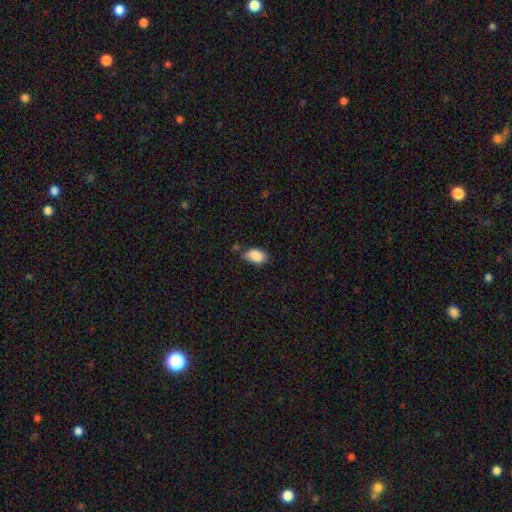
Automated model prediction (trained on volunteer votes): The model was most divided on "merging": none: 61%, minor disturbance: 30%, major disturbance: 5%, merger: 4%. More confident: how rounded — in between (92%); smooth or featured — smooth (88%).